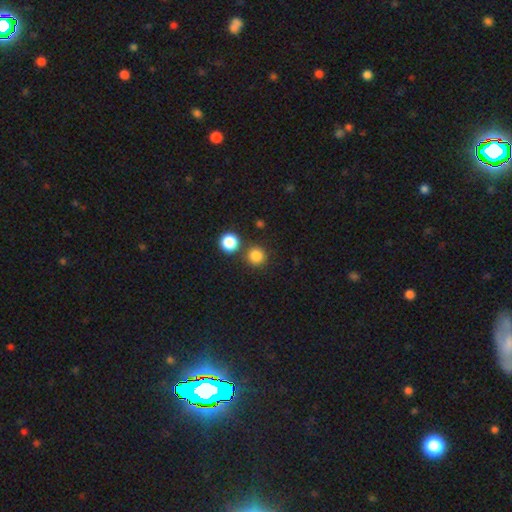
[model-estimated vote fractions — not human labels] Smooth or featured? Predicted: smooth (p=0.83). How rounded? Predicted: round (p=0.93). Merging? Predicted: none (p=0.77).